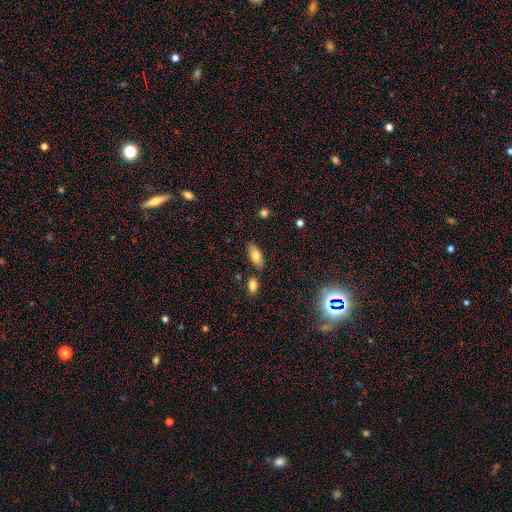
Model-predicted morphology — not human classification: type=smooth (78%); roundness=in between (87%); merging=none (79%).